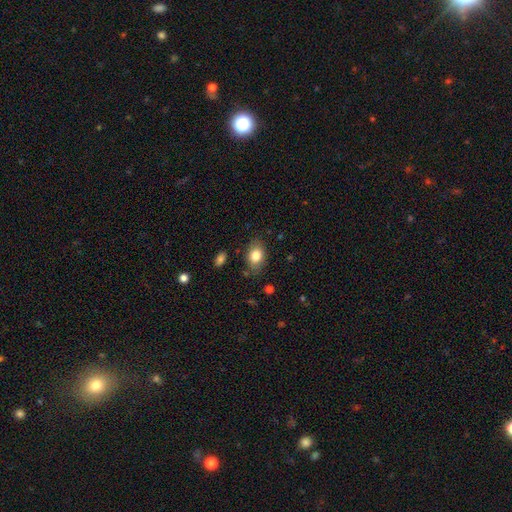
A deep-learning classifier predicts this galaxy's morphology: smooth-or-featured: smooth: 81% | featured or disk: 10% | star or artifact: 9%
  how-rounded: in between: 79% | round: 19% | cigar-shaped: 1%
  merging: none: 81% | minor disturbance: 14% | major disturbance: 3% | merger: 2%